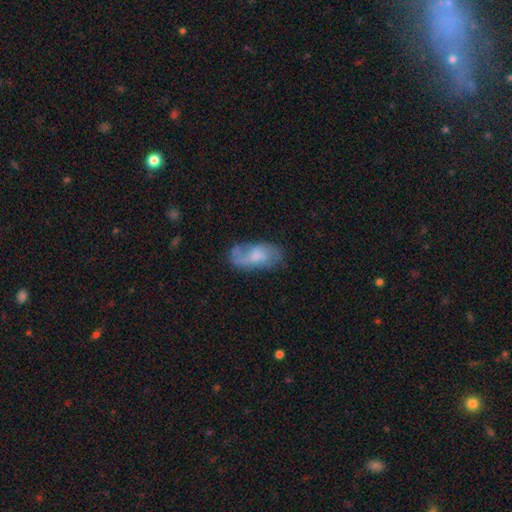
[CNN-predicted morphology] Overall: featured or disk (50%; smooth 42%). Edge-on disk: no (93%). Merging: none (53%; minor disturbance 27%).